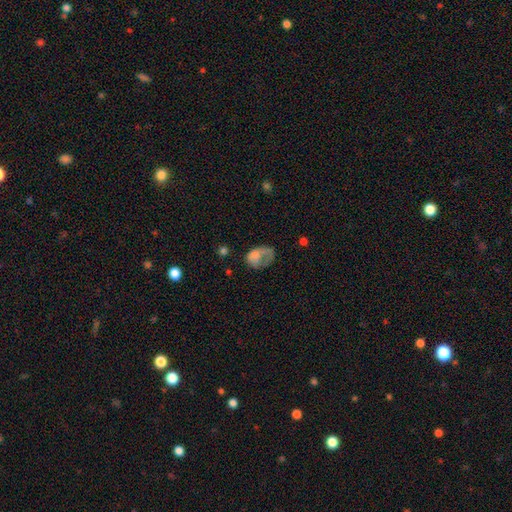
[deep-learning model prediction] Q: Smooth or featured?
A: smooth (62%); runner-up: featured or disk (28%)
Q: How rounded?
A: in between (75%); runner-up: round (24%)
Q: Merging?
A: major disturbance (47%); runner-up: none (26%)